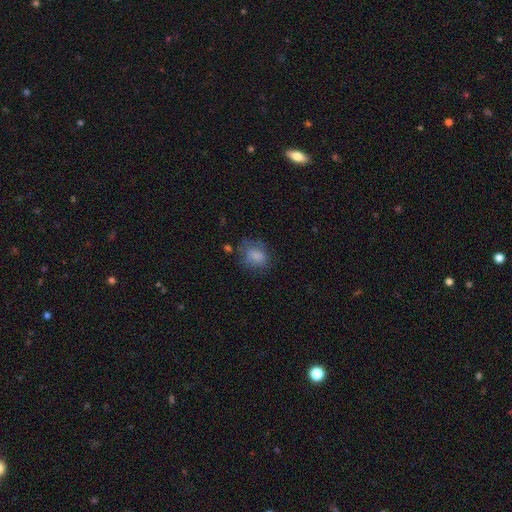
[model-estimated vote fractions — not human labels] The model was most divided on "how rounded": in between: 60%, round: 38%, cigar-shaped: 1%. More confident: smooth or featured — smooth (74%); merging — none (51%).